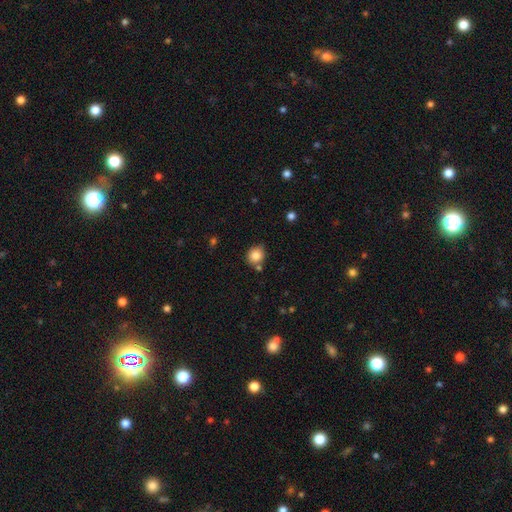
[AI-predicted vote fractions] Morphology: type=smooth (83%); roundness=round (76%); merging=none (71%).